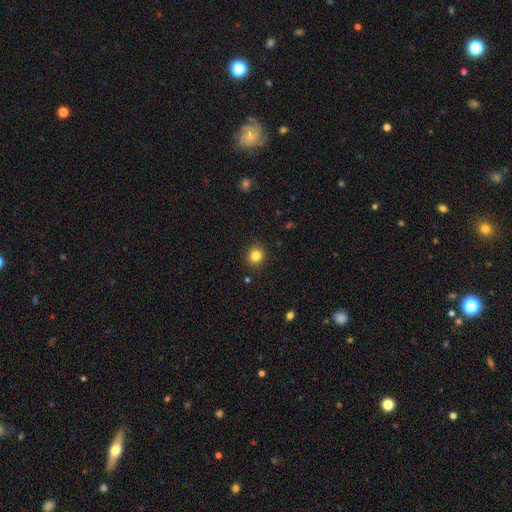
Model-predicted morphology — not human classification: Overall: smooth (83%). How rounded: round (84%). Merging: none (90%).